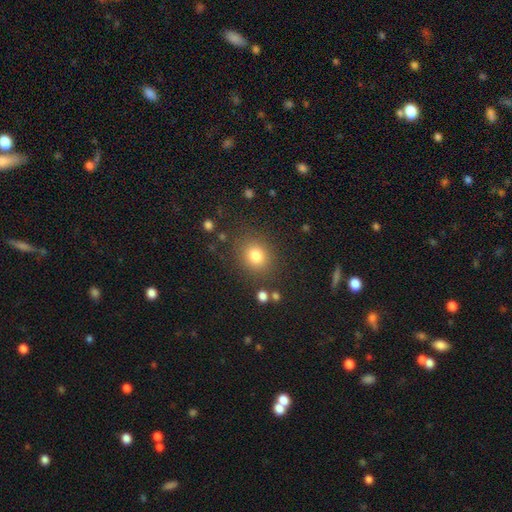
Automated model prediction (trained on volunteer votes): Smooth or featured? Predicted: smooth (p=0.81). How rounded? Predicted: round (p=0.75). Merging? Predicted: none (p=0.83).